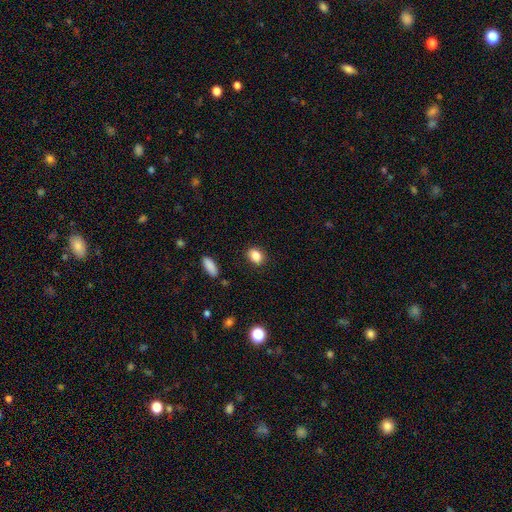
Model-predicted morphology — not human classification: Smooth or featured? smooth (85%)
How rounded? in between (66%)
Merging? none (87%)